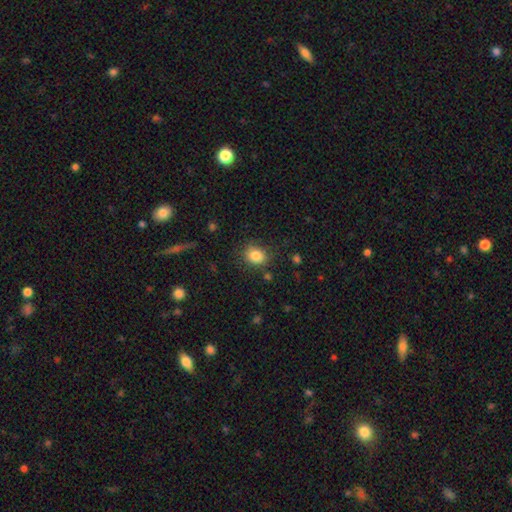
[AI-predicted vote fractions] Smooth or featured: smooth — 83% (star or artifact — 11%)
How rounded: round — 59% (in between — 40%)
Merging: none — 79% (minor disturbance — 14%)